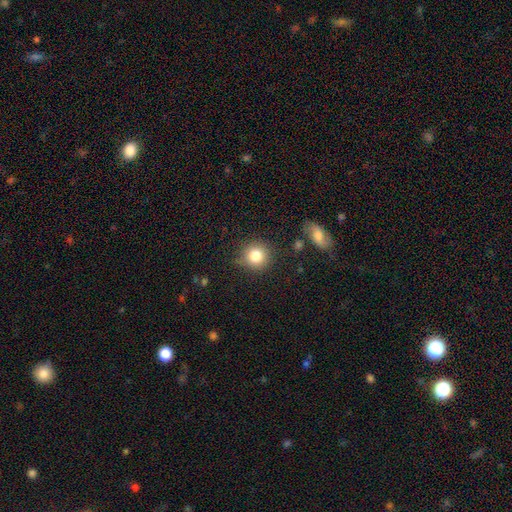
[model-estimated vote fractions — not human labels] Smooth or featured?
  - smooth: 82% *
  - star or artifact: 10%
  - featured or disk: 8%
How rounded?
  - round: 91% *
  - in between: 8%
  - cigar-shaped: 1%
Merging?
  - none: 81% *
  - minor disturbance: 13%
  - merger: 3%
  - major disturbance: 3%